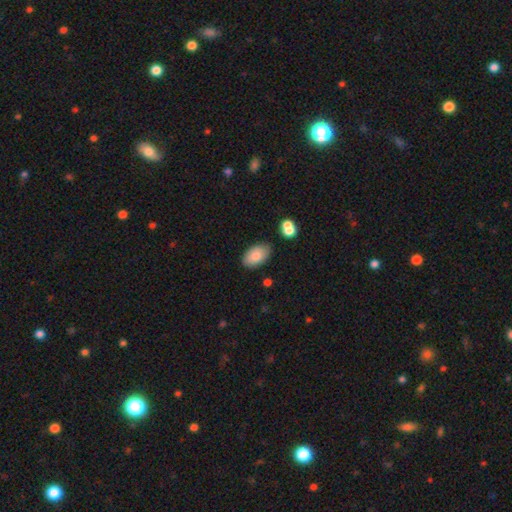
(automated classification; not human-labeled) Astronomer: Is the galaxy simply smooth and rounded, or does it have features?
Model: smooth — 85%.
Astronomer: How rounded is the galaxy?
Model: in between — 94%.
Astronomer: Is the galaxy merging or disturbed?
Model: none — 81%.